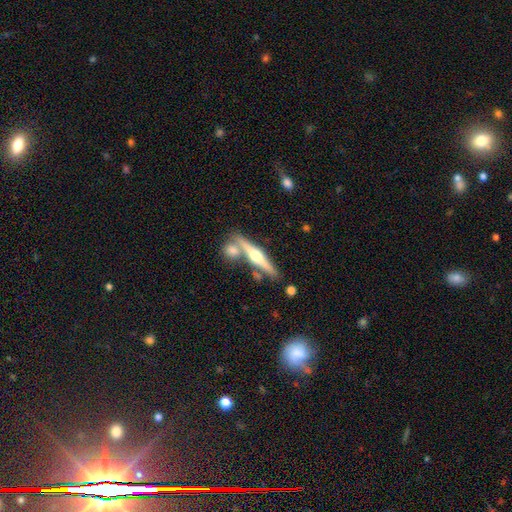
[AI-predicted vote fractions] A featured or disk galaxy (70%) viewed edge-on (97%) with a rounded central bulge (93%).

Vote fractions:
- Smooth or featured? featured or disk: 70% / smooth: 24% / star or artifact: 6%
- Edge-on disk? yes: 97% / no: 3%
- Edge-on bulge? rounded: 93% / boxy: 4% / none: 3%
- Merging? none: 71% / merger: 17% / minor disturbance: 9% / major disturbance: 3%